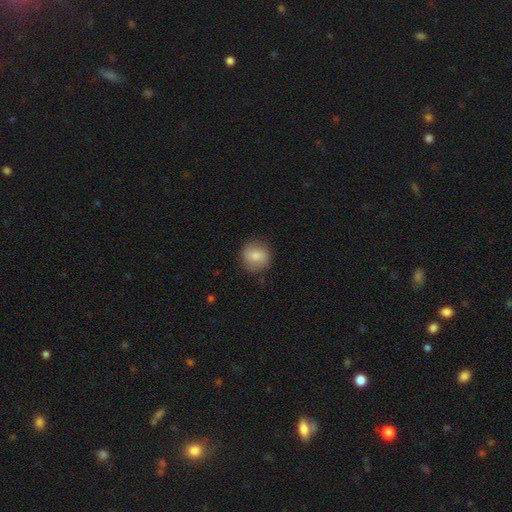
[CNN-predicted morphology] This appears to be a smooth galaxy with no disk features (77%) that is round (90%). Merging: none (86%).